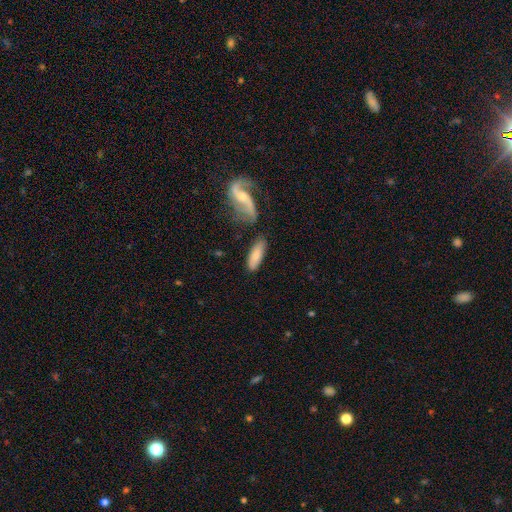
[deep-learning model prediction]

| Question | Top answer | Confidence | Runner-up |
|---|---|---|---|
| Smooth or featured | smooth | 74% | featured or disk (20%) |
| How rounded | in between | 59% | cigar-shaped (38%) |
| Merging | none | 67% | minor disturbance (17%) |